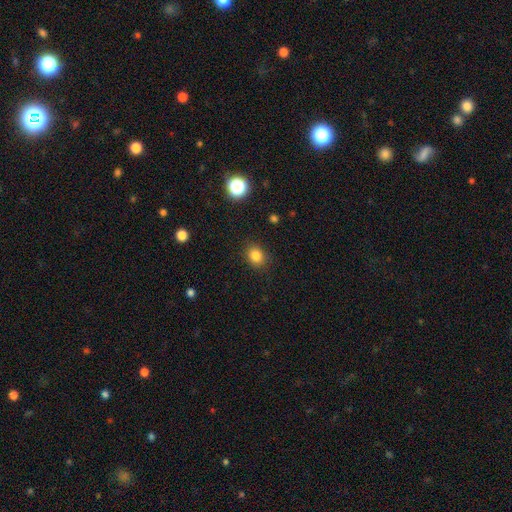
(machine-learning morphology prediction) Smooth or featured? Predicted: smooth (p=0.83). How rounded? Predicted: round (p=0.64). Merging? Predicted: none (p=0.88).